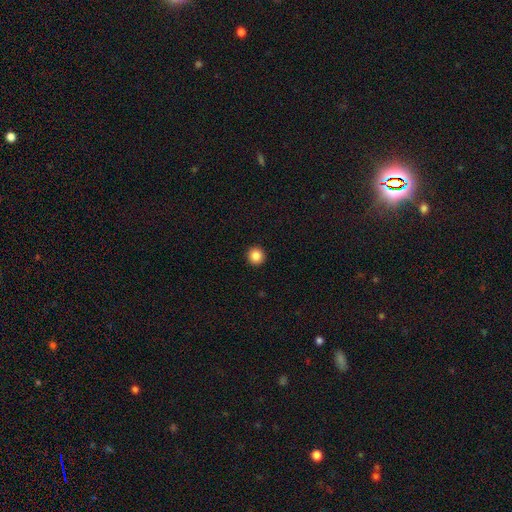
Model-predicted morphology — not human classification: Smooth or featured?
  - smooth: 86% *
  - star or artifact: 10%
  - featured or disk: 4%
How rounded?
  - round: 96% *
  - in between: 3%
  - cigar-shaped: 1%
Merging?
  - none: 94% *
  - minor disturbance: 4%
  - major disturbance: 1%
  - merger: 1%